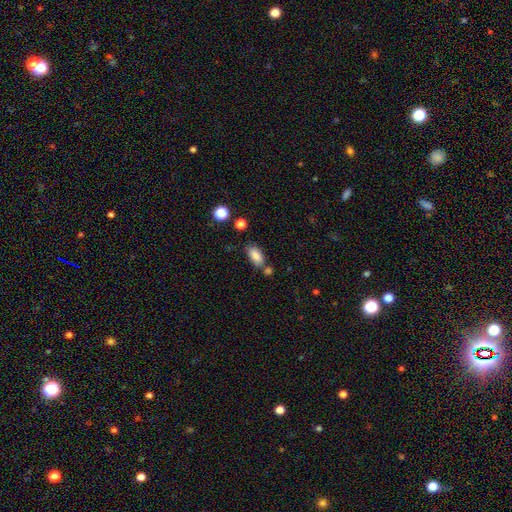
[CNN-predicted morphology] smooth 85%, star or artifact 9%, featured or disk 6%. Down the decision tree: how rounded — in between (90%); merging — none (63%).